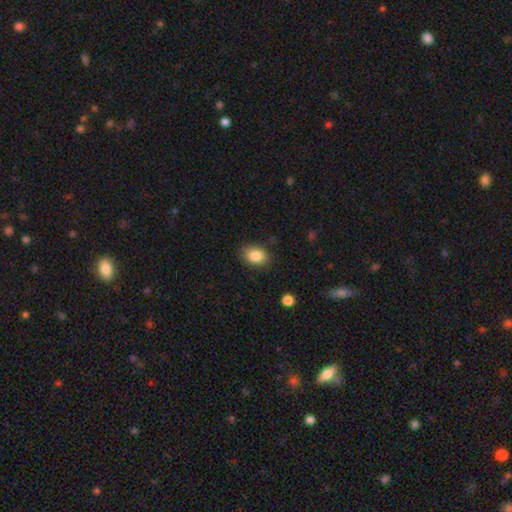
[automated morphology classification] smooth_or_featured: smooth (p=0.86) [alt: star or artifact p=0.08]
how_rounded: in between (p=0.75) [alt: round p=0.24]
merging: none (p=0.83) [alt: minor disturbance p=0.12]